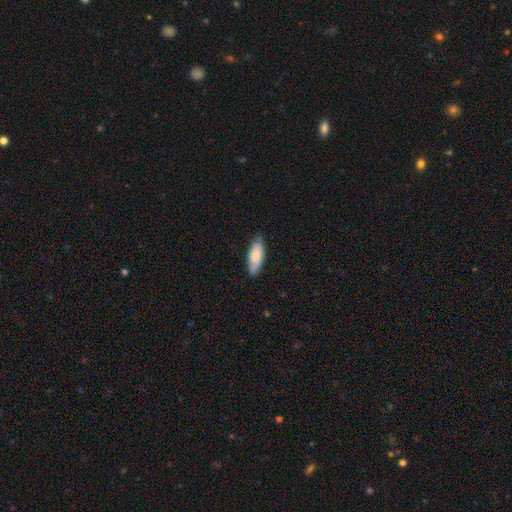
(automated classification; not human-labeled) A smooth galaxy with no disk features (78%) that is in between round and cigar-shaped (73%).

Vote fractions:
- Smooth or featured? smooth: 78% / featured or disk: 16% / star or artifact: 6%
- How rounded? in between: 73% / cigar-shaped: 25% / round: 2%
- Merging? none: 80% / minor disturbance: 17% / major disturbance: 2% / merger: 1%